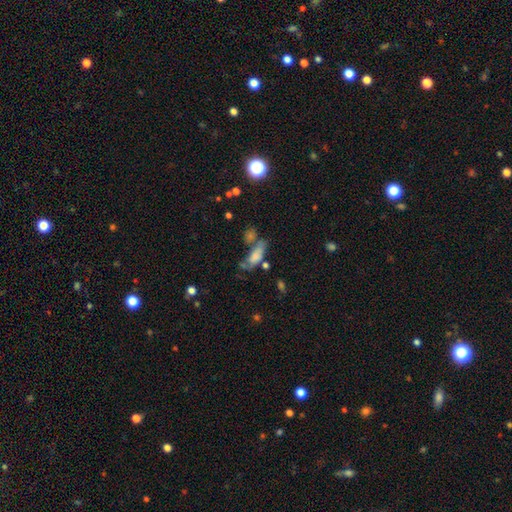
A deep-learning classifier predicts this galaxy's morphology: The model was most divided on "merging": none: 32%, merger: 30%, minor disturbance: 20%, major disturbance: 18%. More confident: how rounded — in between (69%); smooth or featured — smooth (68%).